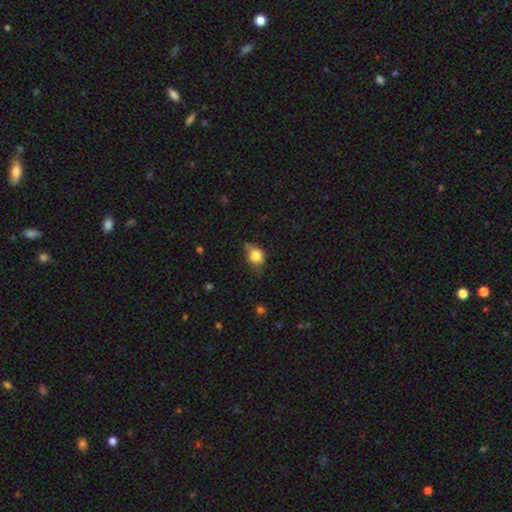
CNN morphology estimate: type=smooth (78%); roundness=in between (49%, tied with round); merging=none (44%).